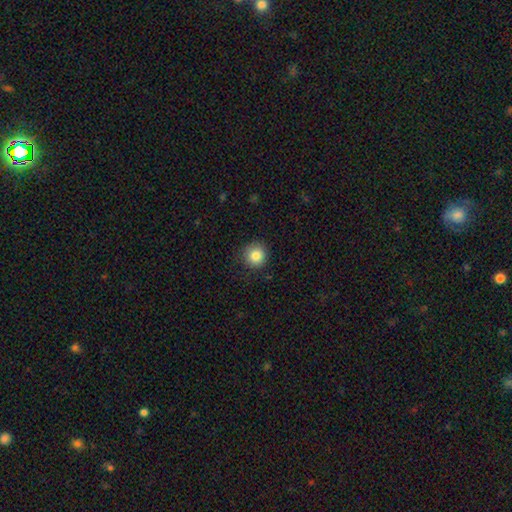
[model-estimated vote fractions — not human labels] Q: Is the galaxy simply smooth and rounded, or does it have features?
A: smooth — 84%.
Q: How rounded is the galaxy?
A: round — 93%.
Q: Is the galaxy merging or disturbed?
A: none — 88%.